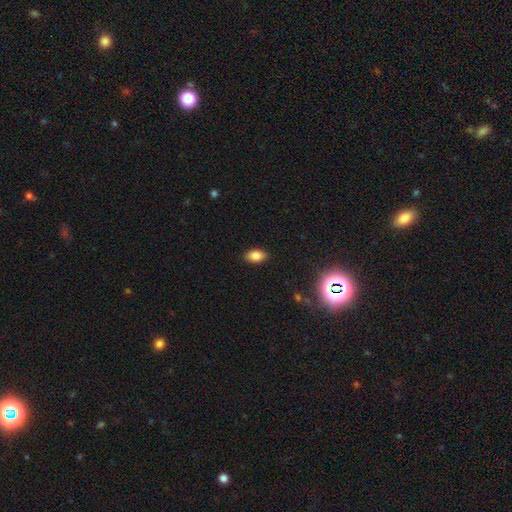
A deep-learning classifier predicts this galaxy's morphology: Q: Smooth or featured?
A: smooth (82%); runner-up: star or artifact (11%)
Q: How rounded?
A: in between (90%); runner-up: round (8%)
Q: Merging?
A: none (89%); runner-up: minor disturbance (8%)